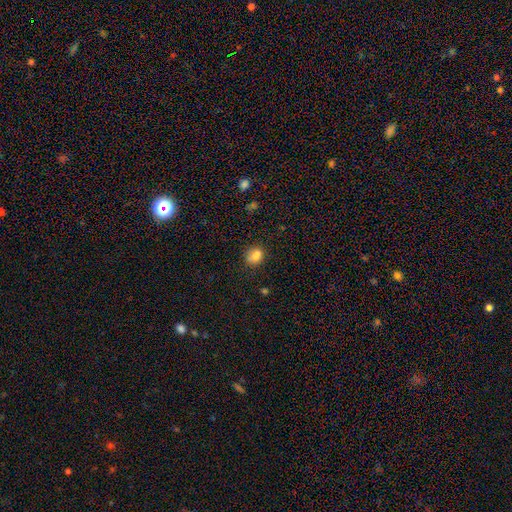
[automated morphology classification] Smooth or featured: smooth — 75% (star or artifact — 13%)
How rounded: round — 60% (in between — 38%)
Merging: none — 55% (merger — 24%)